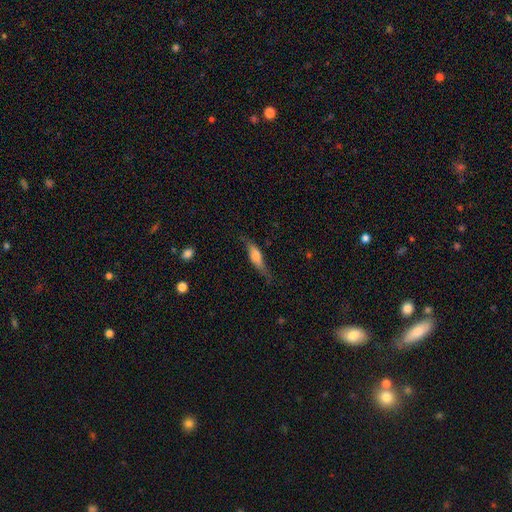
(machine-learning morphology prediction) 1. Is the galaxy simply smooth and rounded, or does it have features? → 54% smooth, 39% featured or disk, 7% star or artifact.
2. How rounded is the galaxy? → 58% cigar-shaped, 39% in between, 3% round.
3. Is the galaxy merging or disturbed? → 64% none, 26% minor disturbance, 8% major disturbance, 2% merger.